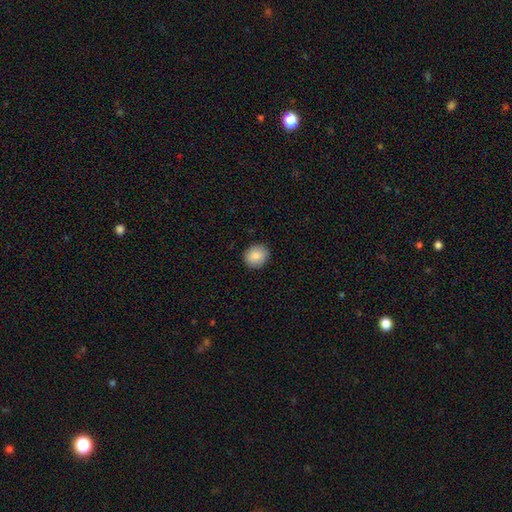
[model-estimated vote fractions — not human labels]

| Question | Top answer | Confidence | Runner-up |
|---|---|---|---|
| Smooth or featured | smooth | 85% | star or artifact (8%) |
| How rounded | round | 81% | in between (18%) |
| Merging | none | 89% | minor disturbance (8%) |